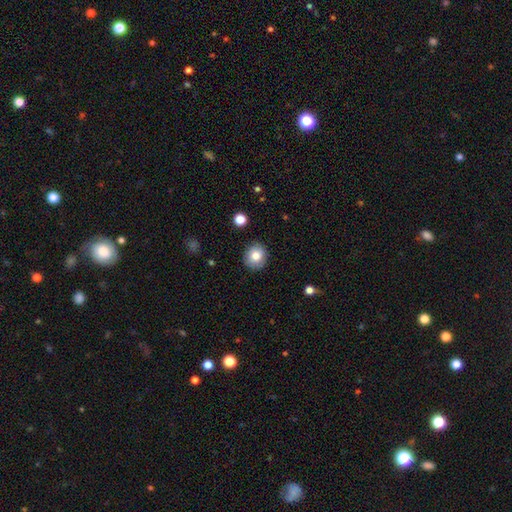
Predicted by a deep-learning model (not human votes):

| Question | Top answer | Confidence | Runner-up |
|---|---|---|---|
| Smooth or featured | smooth | 80% | featured or disk (11%) |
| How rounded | round | 83% | in between (16%) |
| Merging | none | 87% | minor disturbance (10%) |